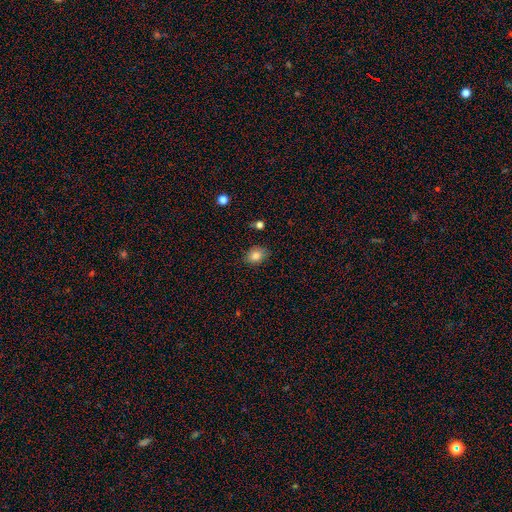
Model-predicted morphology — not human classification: Smooth or featured?
  - smooth: 83% *
  - star or artifact: 10%
  - featured or disk: 7%
How rounded?
  - in between: 63% *
  - round: 36%
  - cigar-shaped: 1%
Merging?
  - none: 81% *
  - minor disturbance: 15%
  - major disturbance: 3%
  - merger: 2%